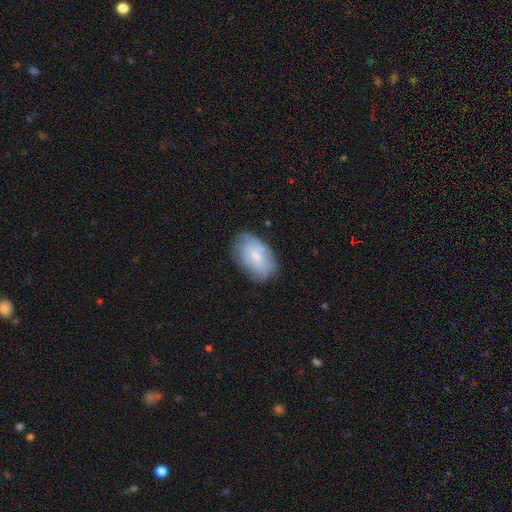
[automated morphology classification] smooth_or_featured: smooth (p=0.64) [alt: featured or disk p=0.28]
how_rounded: in between (p=0.91) [alt: round p=0.08]
merging: none (p=0.66) [alt: minor disturbance p=0.24]